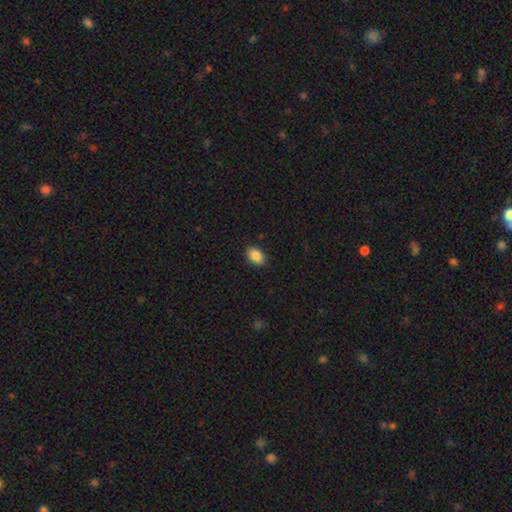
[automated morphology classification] Smooth or featured? Predicted: smooth (p=0.88). How rounded? Predicted: in between (p=0.84). Merging? Predicted: none (p=0.89).